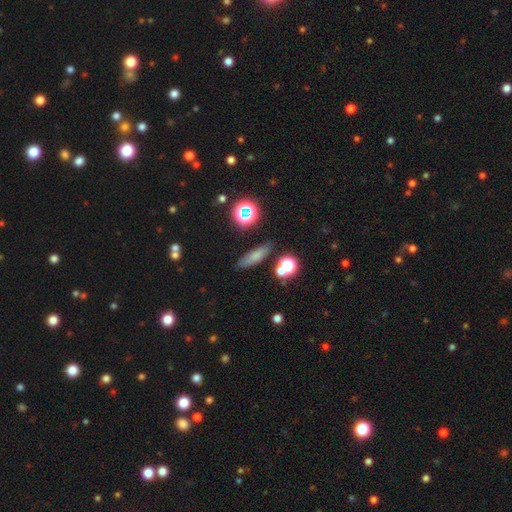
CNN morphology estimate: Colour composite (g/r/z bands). It shows a smooth galaxy with no disk features (66%) that is cigar-shaped (56%). Merging: none (78%).